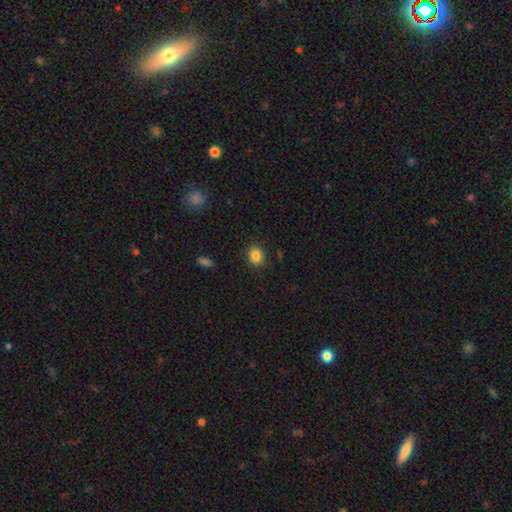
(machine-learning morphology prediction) The model was most divided on "how rounded": round: 63%, in between: 36%, cigar-shaped: 1%. More confident: merging — none (88%); smooth or featured — smooth (85%).